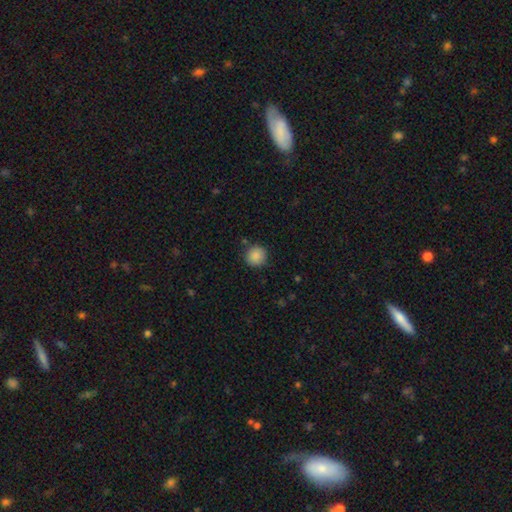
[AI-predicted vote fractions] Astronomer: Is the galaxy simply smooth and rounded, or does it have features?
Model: smooth — 87%.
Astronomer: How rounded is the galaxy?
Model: round — 93%.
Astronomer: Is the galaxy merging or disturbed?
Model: none — 87%.